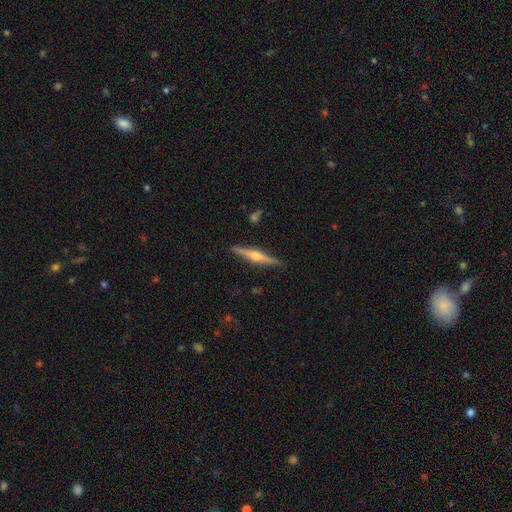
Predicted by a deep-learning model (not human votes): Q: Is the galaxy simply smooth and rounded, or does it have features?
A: featured or disk — 75%.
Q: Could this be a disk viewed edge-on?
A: yes — 98%.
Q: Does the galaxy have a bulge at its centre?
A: rounded — 93%.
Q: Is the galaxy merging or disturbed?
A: none — 90%.